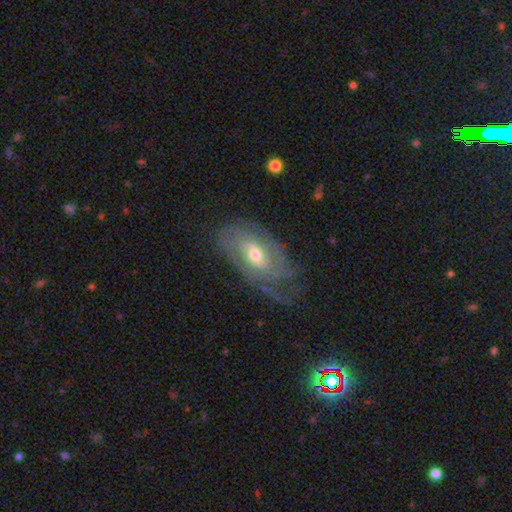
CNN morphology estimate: Overall: featured or disk (84%). Edge-on disk: no (94%). Bar: no (47%; weak 40%). Spiral arms: yes (91%). Spiral arm count: can't tell (42%; 2 29%). Spiral winding: tight (66%). Bulge size: moderate (60%; small 33%). Merging: none (65%).